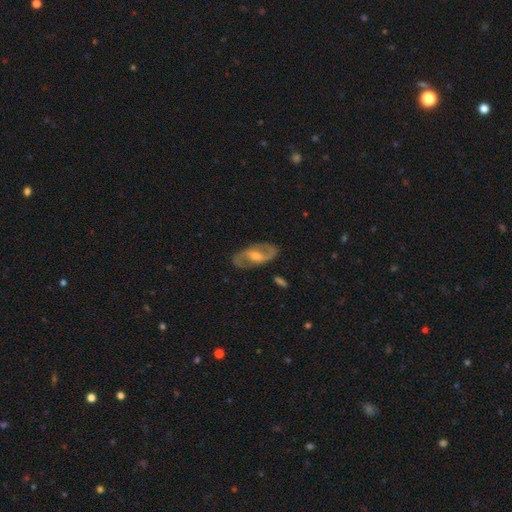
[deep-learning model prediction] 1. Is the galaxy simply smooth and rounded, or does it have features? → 84% featured or disk, 11% smooth, 5% star or artifact.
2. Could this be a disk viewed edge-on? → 95% no, 5% yes.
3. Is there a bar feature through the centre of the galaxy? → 48% weak, 27% no, 25% strong.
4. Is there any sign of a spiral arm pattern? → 93% yes, 7% no.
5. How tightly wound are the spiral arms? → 52% medium, 30% loose, 18% tight.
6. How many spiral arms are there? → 92% 2, 4% can't tell, 1% 1, 1% 3, 1% 4, 1% more than 4.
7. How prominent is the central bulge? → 61% moderate, 29% small, 6% large, 3% none, 1% dominant.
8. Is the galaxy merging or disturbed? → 85% none, 11% minor disturbance, 3% major disturbance, 1% merger.